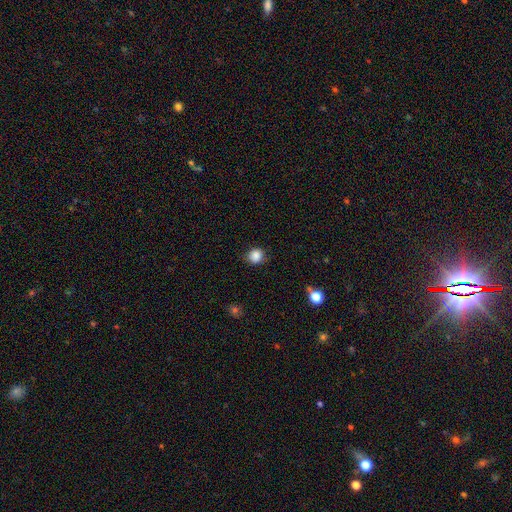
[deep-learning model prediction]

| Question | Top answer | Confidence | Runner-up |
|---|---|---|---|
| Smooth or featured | smooth | 87% | star or artifact (10%) |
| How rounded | round | 81% | in between (18%) |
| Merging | none | 84% | minor disturbance (12%) |